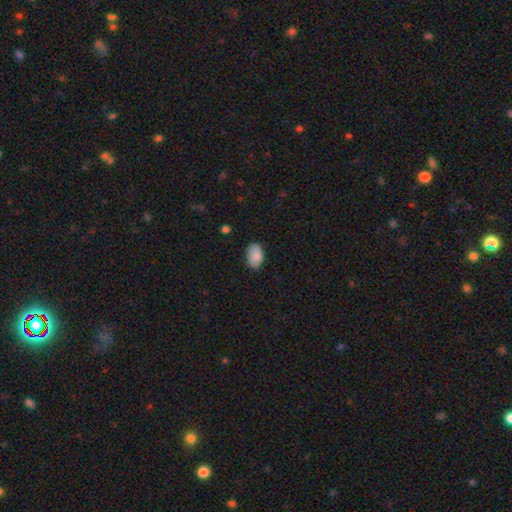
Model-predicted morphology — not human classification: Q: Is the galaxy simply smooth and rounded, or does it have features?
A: smooth — 87%.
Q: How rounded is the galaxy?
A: in between — 91%.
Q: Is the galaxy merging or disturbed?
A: none — 80%.